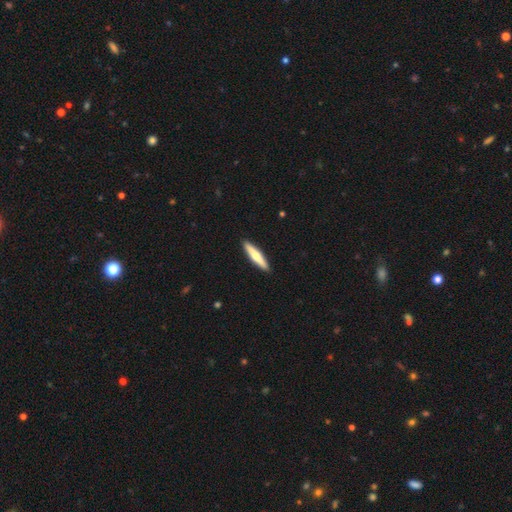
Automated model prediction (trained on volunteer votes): Smooth or featured: featured or disk — 48% (tied with smooth — 48%)
Merging: none — 92% (minor disturbance — 6%)